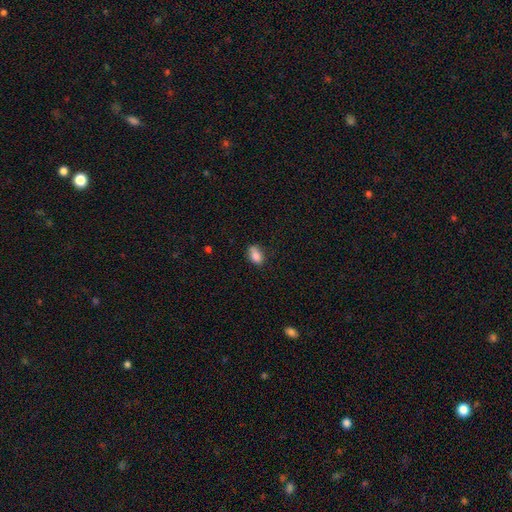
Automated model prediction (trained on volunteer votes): This is clearly a smooth galaxy (84%). How rounded: clearly in between (86%). Merging: likely none (65%).